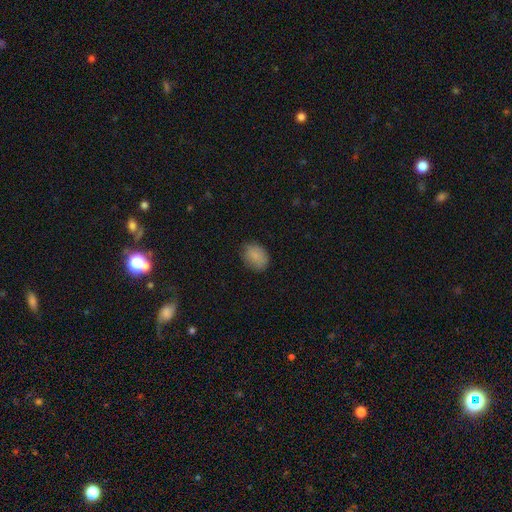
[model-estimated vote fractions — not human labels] A smooth galaxy with no disk features (86%) that is in between round and cigar-shaped (60%). Merging: none (78%).